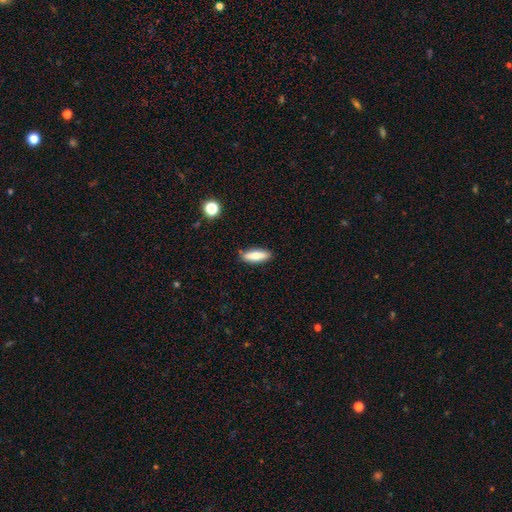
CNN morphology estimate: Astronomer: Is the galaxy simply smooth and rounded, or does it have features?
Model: smooth — 78%.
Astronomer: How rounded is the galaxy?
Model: cigar-shaped — 50% (runner-up: in between, 48%).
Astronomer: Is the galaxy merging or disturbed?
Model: none — 87%.